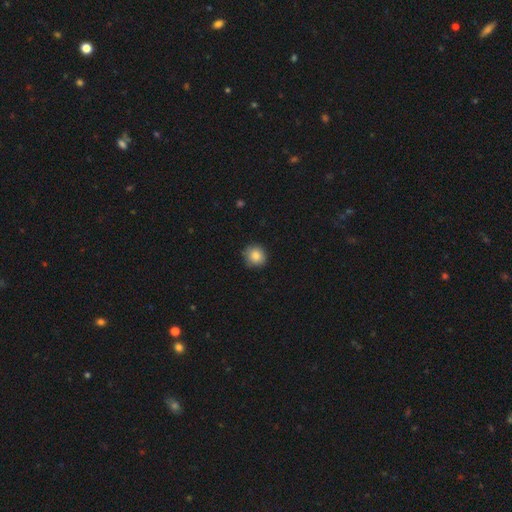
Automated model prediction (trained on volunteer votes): smooth 85%, star or artifact 9%, featured or disk 6%. Down the decision tree: how rounded — round (90%); merging — none (84%).